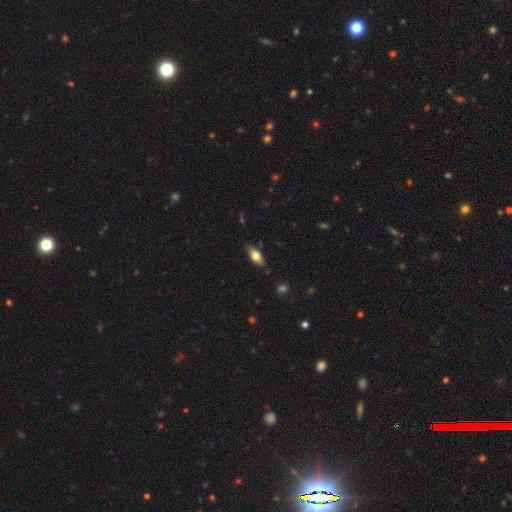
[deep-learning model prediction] smooth 63%, featured or disk 30%, star or artifact 7%. Down the decision tree: how rounded — in between (78%); merging — none (83%).